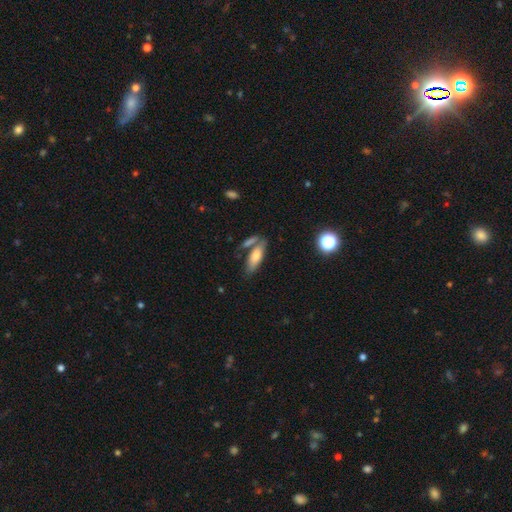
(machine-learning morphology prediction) A smooth galaxy with no disk features (69%) that is in between round and cigar-shaped (65%). Merging: none (56%).